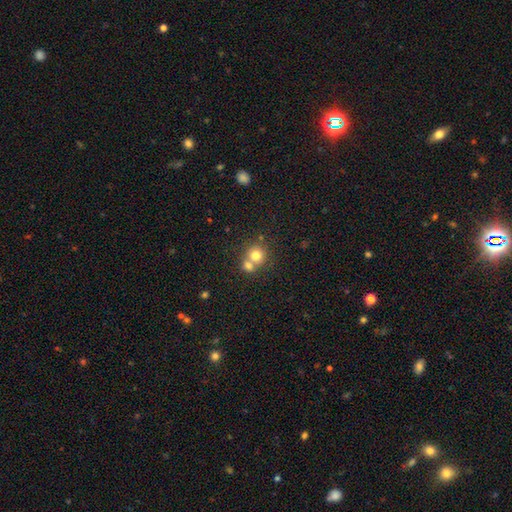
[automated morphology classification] Overall: smooth (75%). How rounded: round (86%). Merging: merger (50%; none 41%).